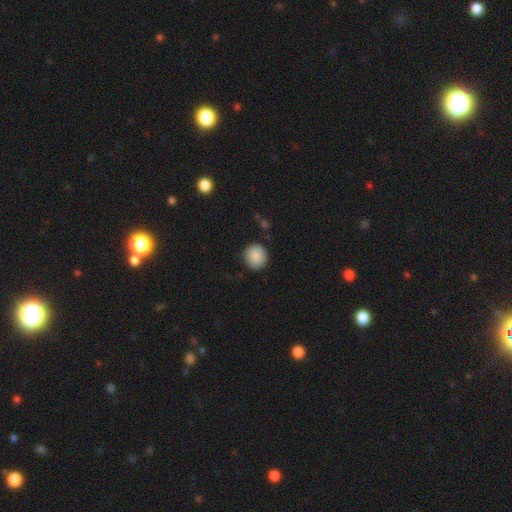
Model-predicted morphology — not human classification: Smooth or featured: smooth — 89% (star or artifact — 7%)
How rounded: round — 90% (in between — 9%)
Merging: none — 88% (minor disturbance — 8%)